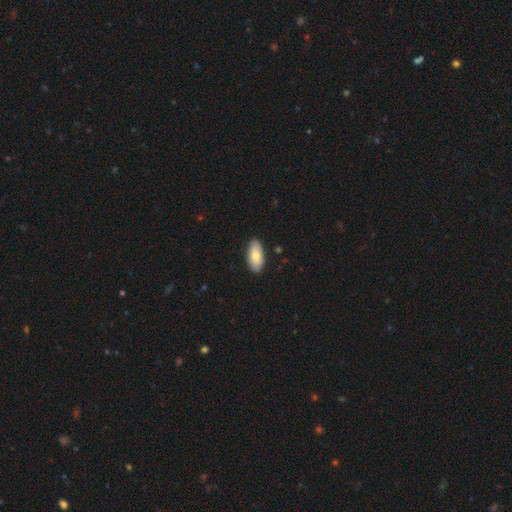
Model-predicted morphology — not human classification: smooth_or_featured: smooth (p=0.73) [alt: featured or disk p=0.21]
how_rounded: in between (p=0.93) [alt: cigar-shaped p=0.05]
merging: none (p=0.88) [alt: minor disturbance p=0.09]